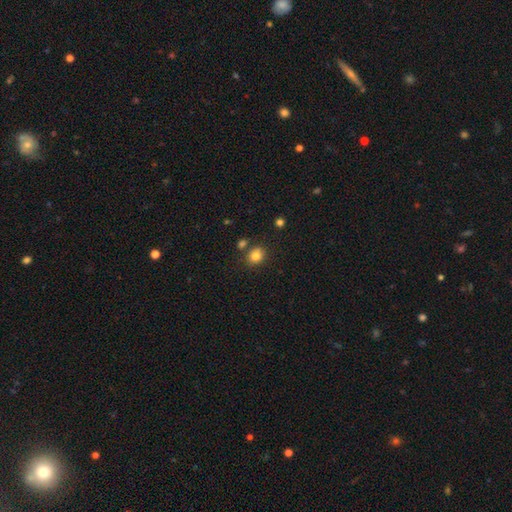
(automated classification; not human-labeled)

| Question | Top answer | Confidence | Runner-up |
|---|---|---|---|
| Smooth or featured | smooth | 83% | star or artifact (11%) |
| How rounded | round | 68% | in between (31%) |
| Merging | none | 76% | minor disturbance (11%) |